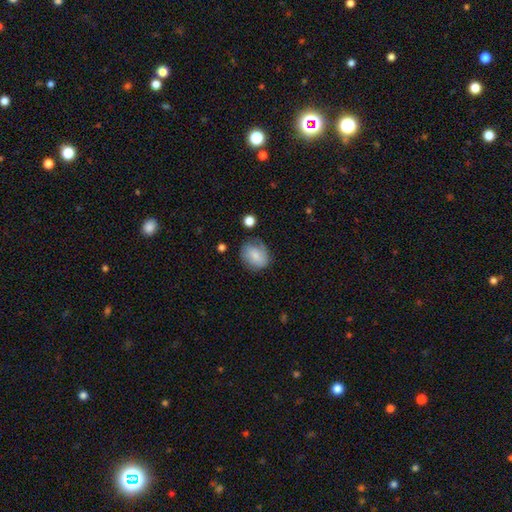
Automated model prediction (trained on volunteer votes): A smooth galaxy with no disk features (70%) that is in between round and cigar-shaped (54%).

Vote fractions:
- Smooth or featured? smooth: 70% / featured or disk: 22% / star or artifact: 8%
- How rounded? in between: 54% / round: 45% / cigar-shaped: 1%
- Merging? none: 63% / minor disturbance: 25% / major disturbance: 9% / merger: 3%